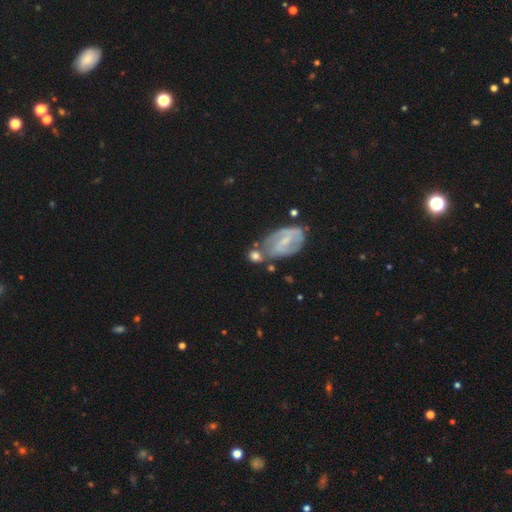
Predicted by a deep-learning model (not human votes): A smooth galaxy with no disk features (51%) that is round (55%).

Vote fractions:
- Smooth or featured? smooth: 51% / featured or disk: 40% / star or artifact: 9%
- How rounded? round: 55% / in between: 42% / cigar-shaped: 3%
- Merging? none: 52% / merger: 23% / minor disturbance: 17% / major disturbance: 8%